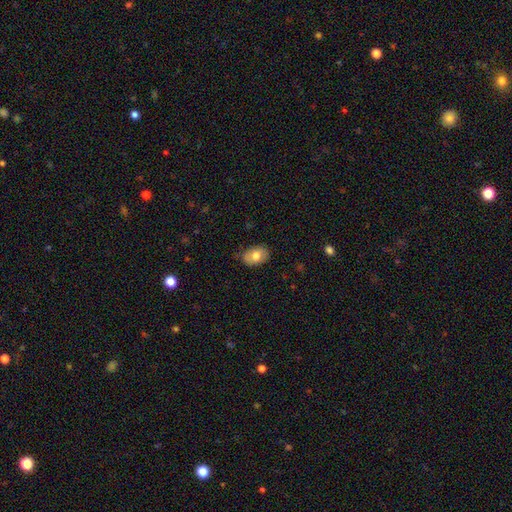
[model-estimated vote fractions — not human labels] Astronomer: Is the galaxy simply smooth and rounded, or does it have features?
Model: smooth — 76%.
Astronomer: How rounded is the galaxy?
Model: in between — 82%.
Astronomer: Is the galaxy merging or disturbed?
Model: none — 80%.